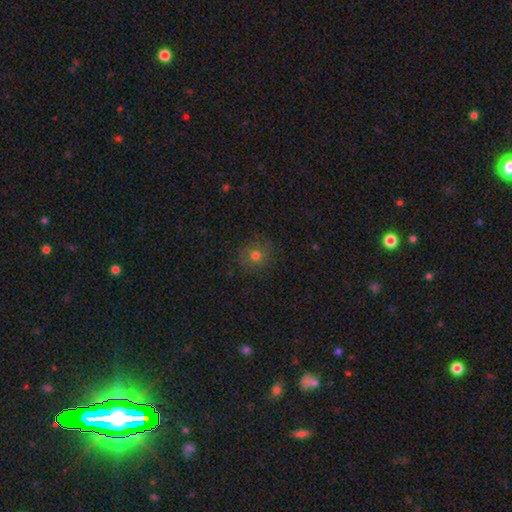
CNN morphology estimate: smooth 67%, featured or disk 17%, star or artifact 16%. Down the decision tree: how rounded — round (84%); merging — none (81%).